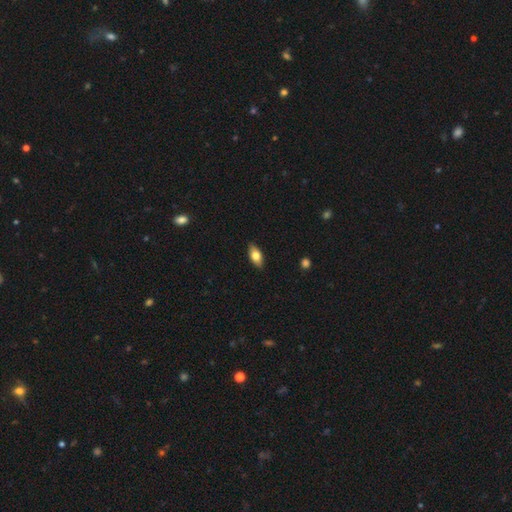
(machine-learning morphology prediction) type=smooth (73%); roundness=in between (88%); merging=none (88%).